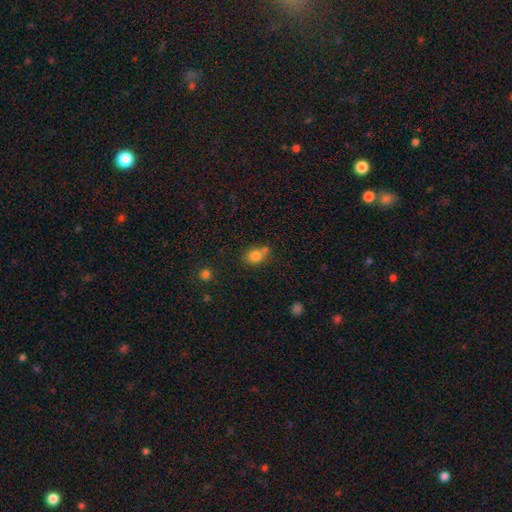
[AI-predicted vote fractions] Morphology: type=smooth (81%); roundness=round (62%); merging=none (52%).